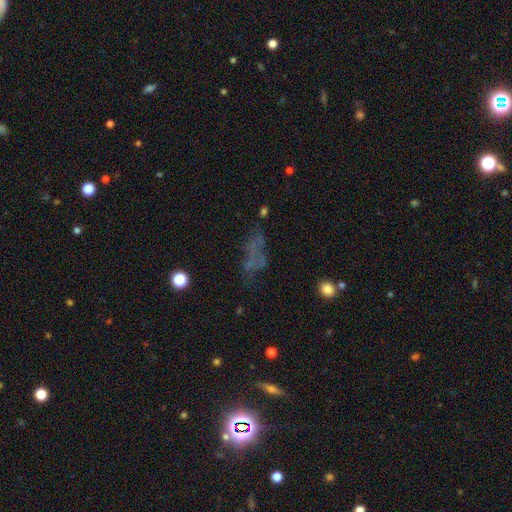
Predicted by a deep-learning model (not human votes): A star or artifact, not a galaxy (37%, tied with smooth).

Vote fractions:
- Smooth or featured? star or artifact: 37% (tied) / smooth: 37% (tied) / featured or disk: 26%